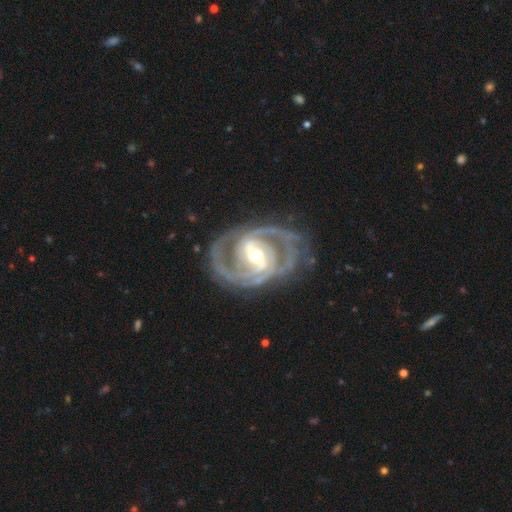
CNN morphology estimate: type=featured or disk (93%); edge-on=no (97%); bar=strong (54%); spiral arms=yes (98%); winding=tight (49%); arm count=2 (57%); bulge=moderate (60%); merging=none (72%).